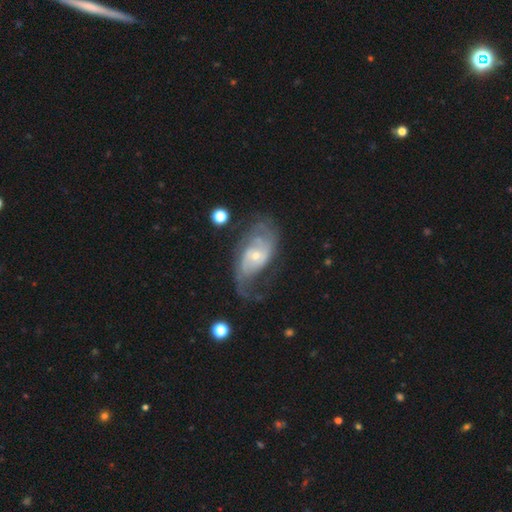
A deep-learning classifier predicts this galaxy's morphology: A featured or disk galaxy (83%) with no bar (61%), 2 (61%) medium (42%) spiral arms (92%) and a small central bulge (66%).

Vote fractions:
- Smooth or featured? featured or disk: 83% / smooth: 11% / star or artifact: 6%
- Edge-on disk? no: 95% / yes: 5%
- Bar? no: 61% / weak: 31% / strong: 7%
- Spiral arms? yes: 92% / no: 8%
- Spiral winding? medium: 42% / loose: 33% / tight: 26%
- Spiral arm count? 2: 61% / can't tell: 21% / 3: 7% / 1: 6% / 4: 3% / more than 4: 3%
- Bulge size? small: 66% / moderate: 30% / large: 2% / none: 1% / dominant: 1%
- Merging? none: 50% / major disturbance: 24% / minor disturbance: 23% / merger: 3%